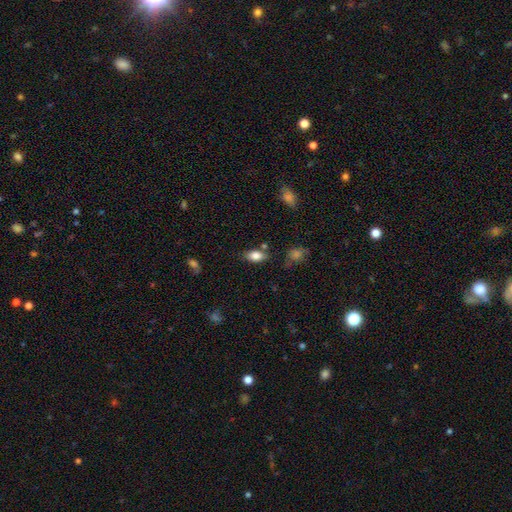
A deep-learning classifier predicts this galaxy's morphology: smooth_or_featured: smooth (p=0.83) [alt: featured or disk p=0.09]
how_rounded: in between (p=0.90) [alt: round p=0.06]
merging: none (p=0.78) [alt: minor disturbance p=0.14]